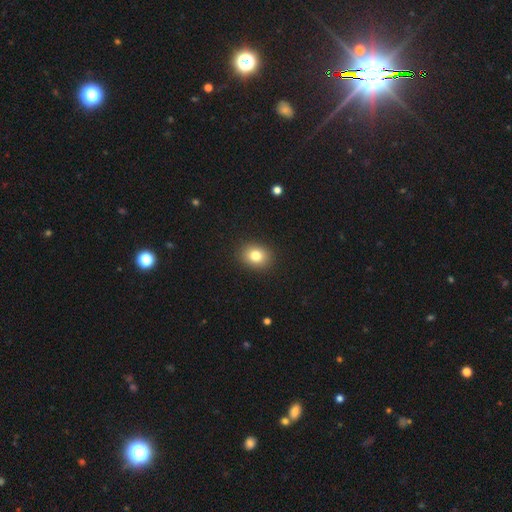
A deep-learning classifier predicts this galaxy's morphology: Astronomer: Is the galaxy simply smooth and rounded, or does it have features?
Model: smooth — 81%.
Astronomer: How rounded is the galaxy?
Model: round — 55% (runner-up: in between, 44%).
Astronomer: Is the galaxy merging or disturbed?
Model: none — 91%.